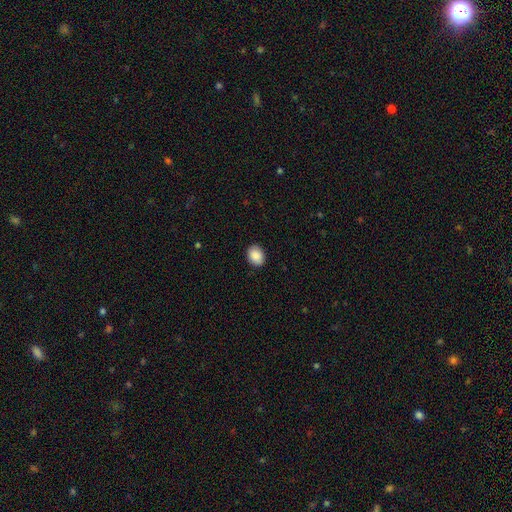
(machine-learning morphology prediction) smooth_or_featured: smooth (p=0.89) [alt: star or artifact p=0.08]
how_rounded: in between (p=0.63) [alt: round p=0.36]
merging: none (p=0.89) [alt: minor disturbance p=0.08]